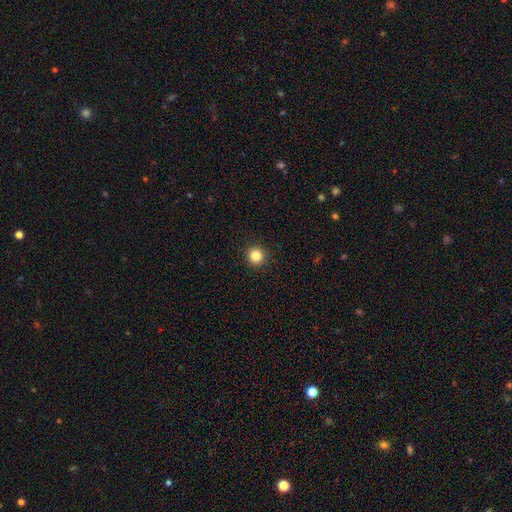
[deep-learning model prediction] Q: Smooth or featured?
A: smooth (84%); runner-up: star or artifact (12%)
Q: How rounded?
A: round (94%); runner-up: in between (5%)
Q: Merging?
A: none (93%); runner-up: minor disturbance (4%)